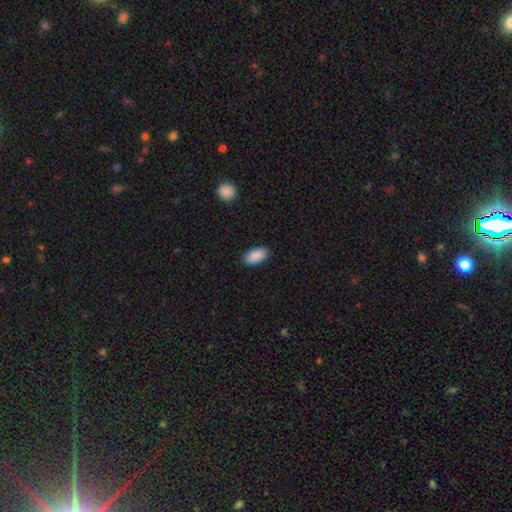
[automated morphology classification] This is clearly a smooth galaxy (90%). How rounded: clearly in between (95%). Merging: clearly none (88%).